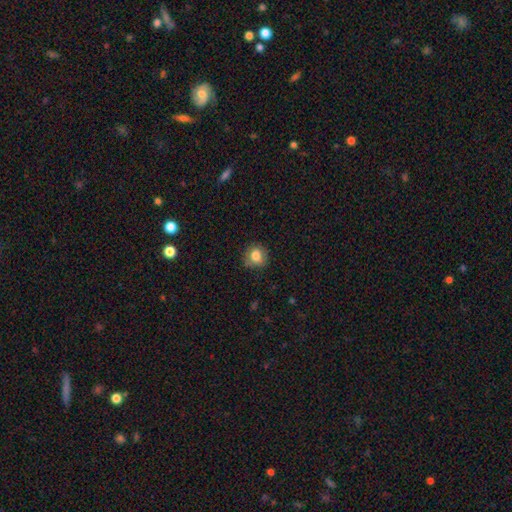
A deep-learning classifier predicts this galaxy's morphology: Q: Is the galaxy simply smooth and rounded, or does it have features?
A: smooth — 81%.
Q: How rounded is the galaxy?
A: round — 81%.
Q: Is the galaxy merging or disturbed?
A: none — 80%.